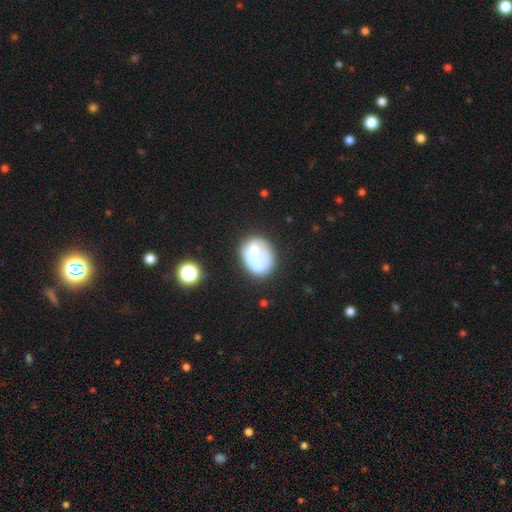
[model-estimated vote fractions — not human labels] Smooth or featured? smooth (57%)
How rounded? in between (52%)
Merging? none (44%)